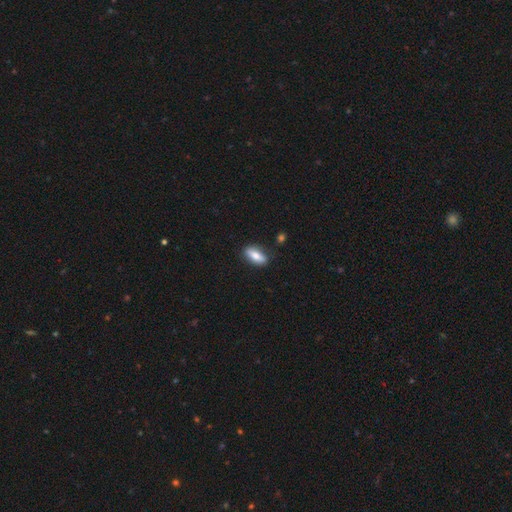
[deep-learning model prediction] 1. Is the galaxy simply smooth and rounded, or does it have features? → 74% smooth, 20% featured or disk, 6% star or artifact.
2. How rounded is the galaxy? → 73% in between, 24% cigar-shaped, 3% round.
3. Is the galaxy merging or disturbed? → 81% none, 13% minor disturbance, 3% major disturbance, 2% merger.